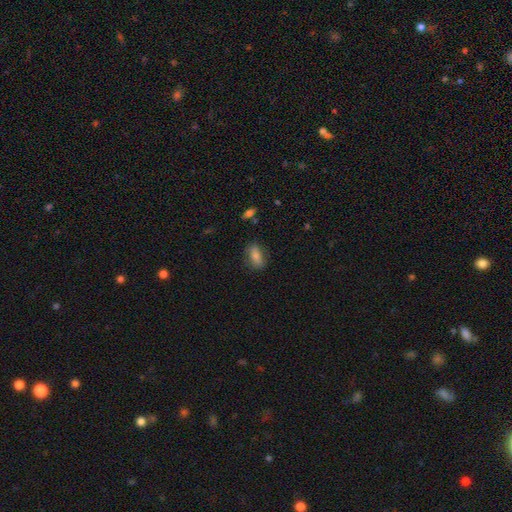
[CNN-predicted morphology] Overall: smooth (78%). How rounded: in between (82%). Merging: none (81%).